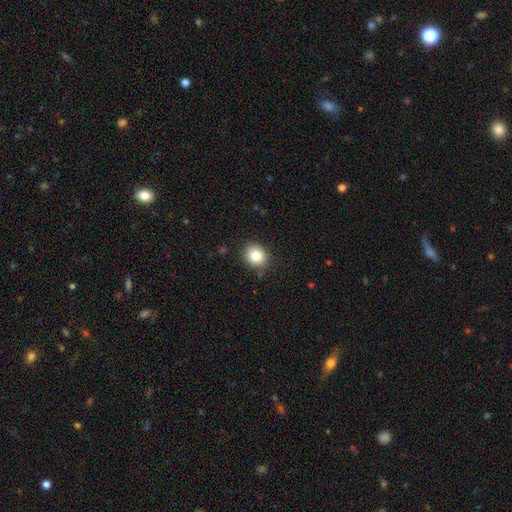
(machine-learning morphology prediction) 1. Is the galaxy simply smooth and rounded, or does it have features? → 83% smooth, 10% star or artifact, 7% featured or disk.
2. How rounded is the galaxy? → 72% round, 27% in between, 1% cigar-shaped.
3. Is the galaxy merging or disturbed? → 87% none, 10% minor disturbance, 2% major disturbance, 1% merger.